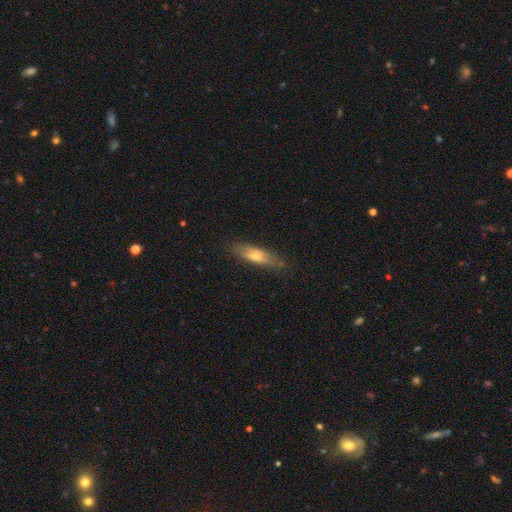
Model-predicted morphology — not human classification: Smooth or featured? Predicted: smooth (p=0.55). How rounded? Predicted: cigar-shaped (p=0.66). Merging? Predicted: none (p=0.80).